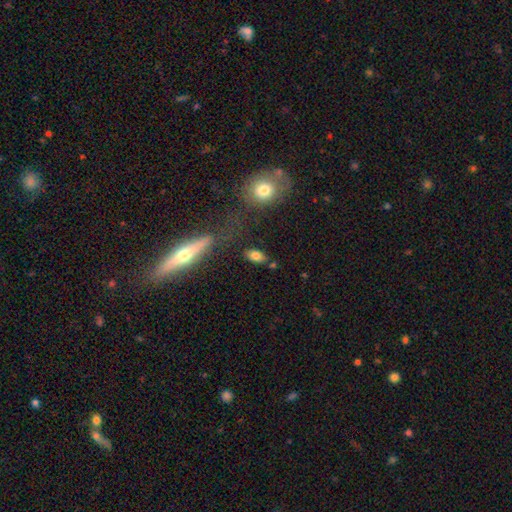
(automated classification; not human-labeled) Smooth or featured? Predicted: smooth (p=0.78). How rounded? Predicted: in between (p=0.86). Merging? Predicted: none (p=0.77).